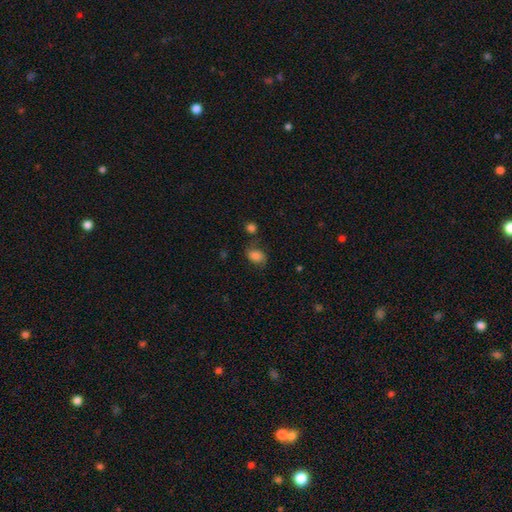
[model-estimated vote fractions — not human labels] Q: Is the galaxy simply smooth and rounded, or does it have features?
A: smooth — 75%.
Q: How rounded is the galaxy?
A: in between — 75%.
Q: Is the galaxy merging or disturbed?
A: none — 59%.